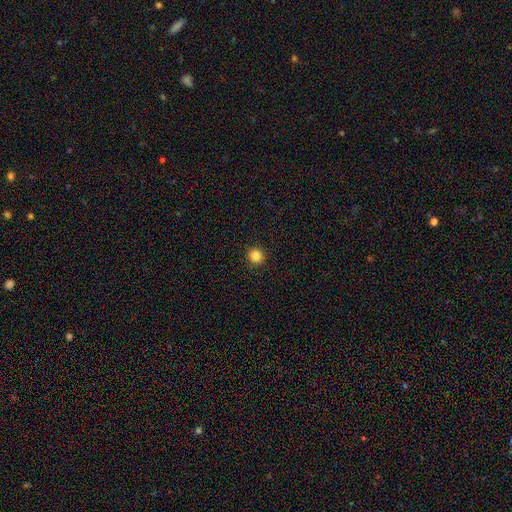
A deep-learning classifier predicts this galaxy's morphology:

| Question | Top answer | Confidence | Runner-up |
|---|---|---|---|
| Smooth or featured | smooth | 85% | star or artifact (11%) |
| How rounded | round | 93% | in between (6%) |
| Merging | none | 93% | minor disturbance (5%) |